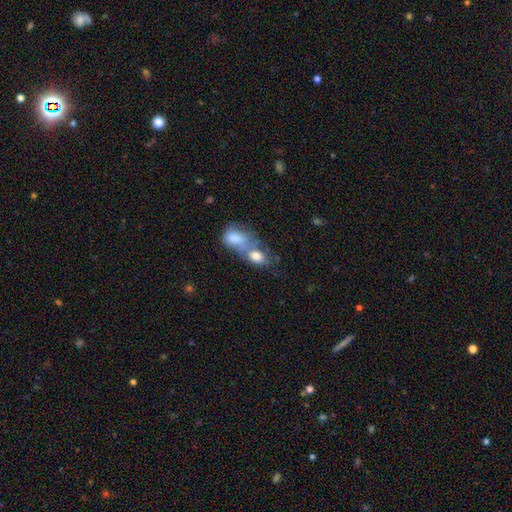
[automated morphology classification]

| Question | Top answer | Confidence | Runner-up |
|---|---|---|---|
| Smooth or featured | smooth | 69% | featured or disk (20%) |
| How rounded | in between | 73% | round (24%) |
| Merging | merger | 69% | none (18%) |